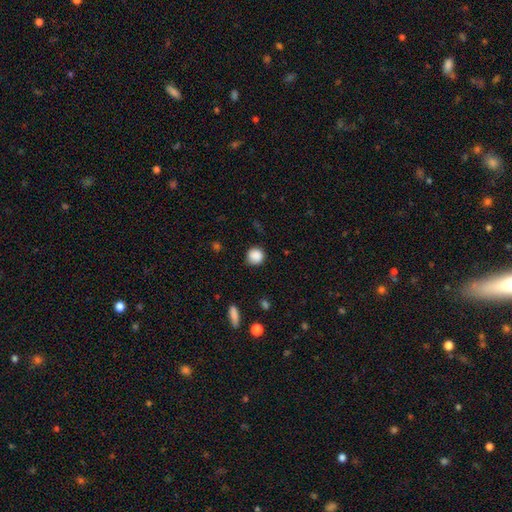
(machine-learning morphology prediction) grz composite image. It shows a smooth galaxy with no disk features (87%) that is round (90%). Merging: none (81%).